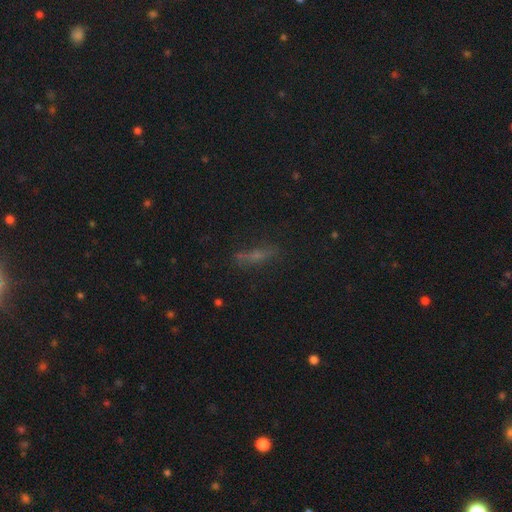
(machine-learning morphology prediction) Smooth or featured?
  - smooth: 45% *
  - featured or disk: 30%
  - star or artifact: 24%
Merging?
  - none: 73% *
  - minor disturbance: 17%
  - major disturbance: 7%
  - merger: 3%